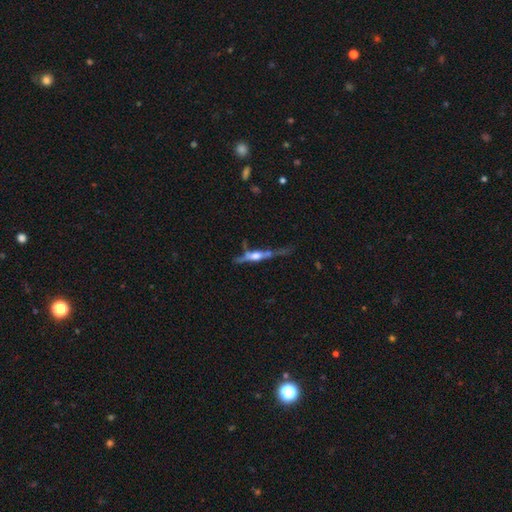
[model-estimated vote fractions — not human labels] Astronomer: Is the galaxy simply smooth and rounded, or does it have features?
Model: featured or disk — 69%.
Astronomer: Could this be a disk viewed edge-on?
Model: yes — 91%.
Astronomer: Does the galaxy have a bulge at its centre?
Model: rounded — 83%.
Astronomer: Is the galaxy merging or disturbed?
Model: none — 48% (runner-up: minor disturbance, 25%).